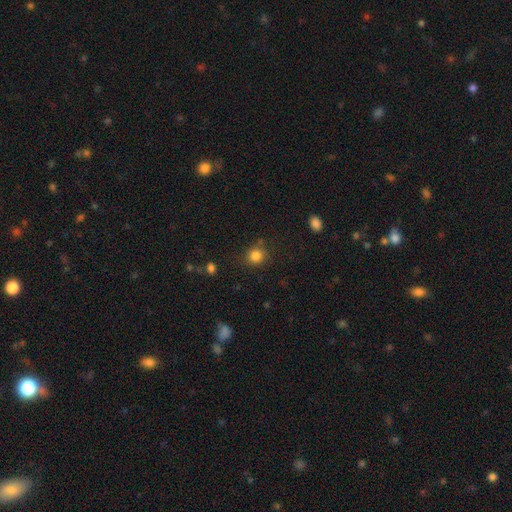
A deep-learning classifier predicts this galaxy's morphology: Smooth or featured? smooth (83%)
How rounded? round (85%)
Merging? none (81%)